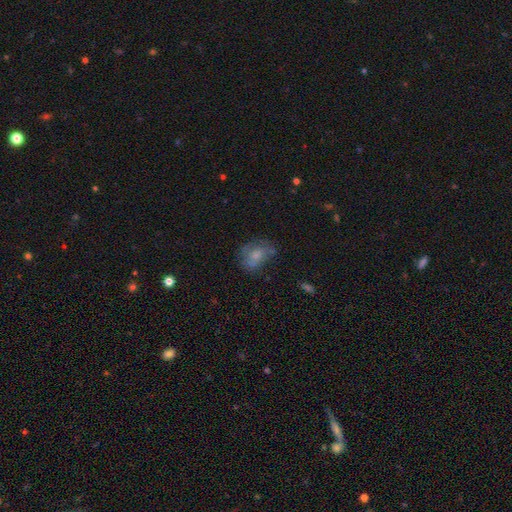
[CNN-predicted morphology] A smooth galaxy with no disk features (61%) that is in between round and cigar-shaped (68%).

Vote fractions:
- Smooth or featured? smooth: 61% / featured or disk: 28% / star or artifact: 11%
- How rounded? in between: 68% / round: 30% / cigar-shaped: 2%
- Merging? none: 48% / minor disturbance: 28% / major disturbance: 20% / merger: 4%